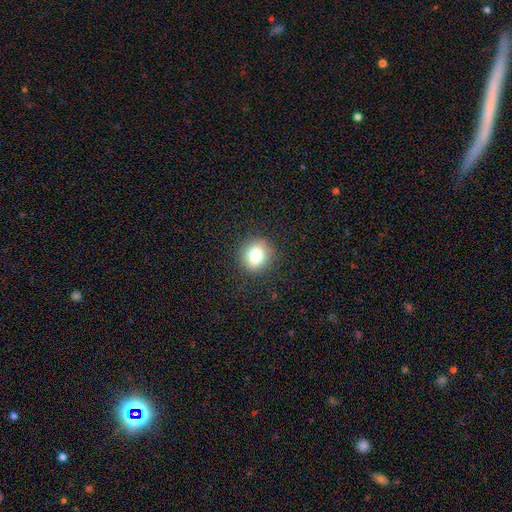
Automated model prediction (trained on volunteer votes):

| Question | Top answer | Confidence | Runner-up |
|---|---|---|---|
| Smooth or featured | smooth | 78% | star or artifact (11%) |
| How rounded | round | 85% | in between (14%) |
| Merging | none | 89% | minor disturbance (8%) |